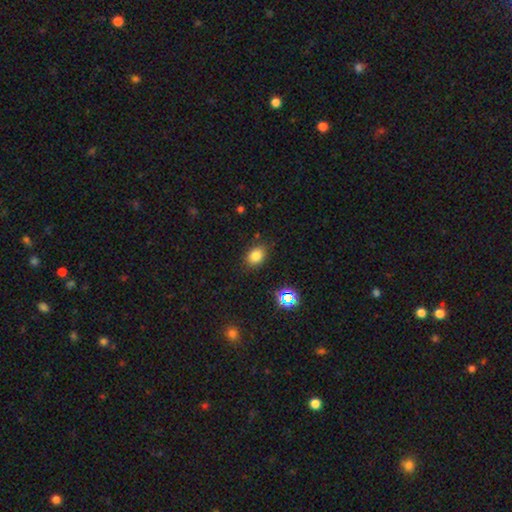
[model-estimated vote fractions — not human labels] smooth 81%, star or artifact 14%, featured or disk 6%. Down the decision tree: how rounded — in between (69%); merging — none (82%).